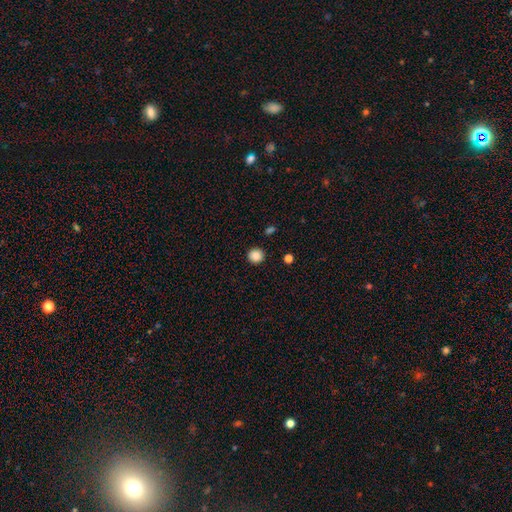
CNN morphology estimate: The model was most divided on "smooth or featured": smooth: 87%, star or artifact: 10%, featured or disk: 3%. More confident: how rounded — round (94%); merging — none (91%).